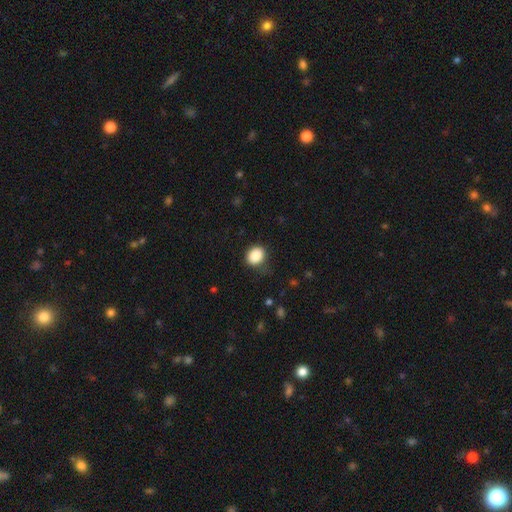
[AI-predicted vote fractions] This is clearly a smooth galaxy (87%). How rounded: possibly round (57%). Merging: likely none (77%).